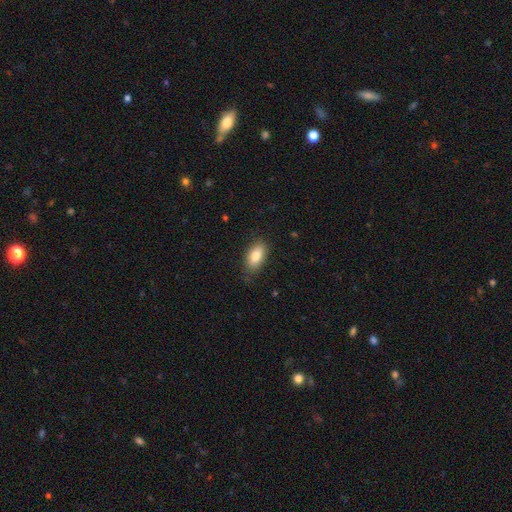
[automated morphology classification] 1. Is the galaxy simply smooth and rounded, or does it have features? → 81% smooth, 12% featured or disk, 7% star or artifact.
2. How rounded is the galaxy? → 90% in between, 5% cigar-shaped, 4% round.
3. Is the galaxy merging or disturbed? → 80% none, 16% minor disturbance, 3% major disturbance, 1% merger.